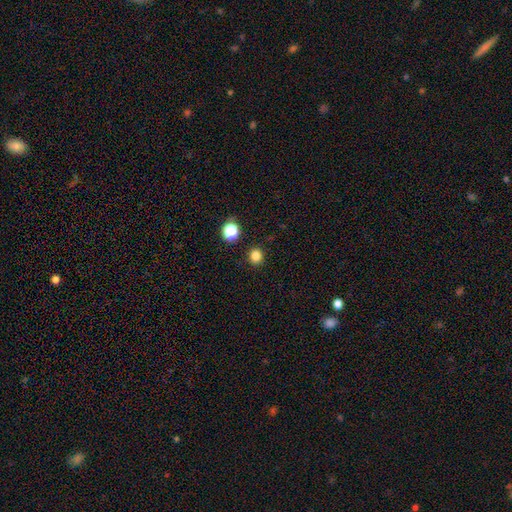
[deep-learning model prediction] Smooth or featured? smooth (82%)
How rounded? round (85%)
Merging? none (90%)